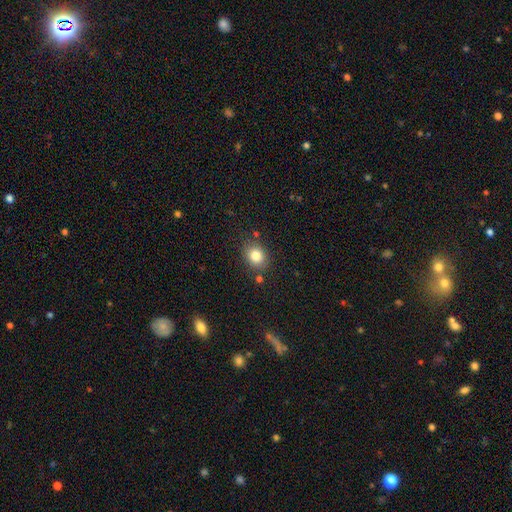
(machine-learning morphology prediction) Smooth or featured?
  - smooth: 83% *
  - star or artifact: 10%
  - featured or disk: 7%
How rounded?
  - round: 54% *
  - in between: 45%
  - cigar-shaped: 1%
Merging?
  - none: 80% *
  - minor disturbance: 12%
  - merger: 5%
  - major disturbance: 3%